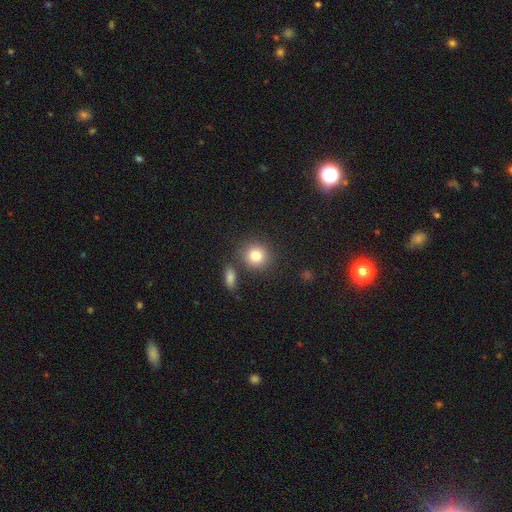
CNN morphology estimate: Smooth or featured? smooth (82%)
How rounded? round (85%)
Merging? none (79%)